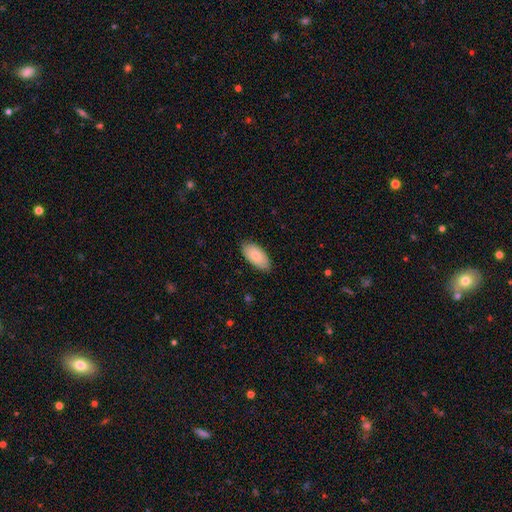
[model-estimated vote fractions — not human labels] A smooth galaxy with no disk features (85%) that is in between round and cigar-shaped (95%). Merging: none (85%).